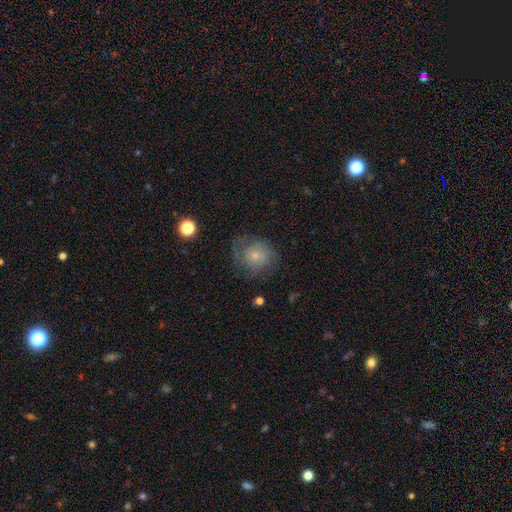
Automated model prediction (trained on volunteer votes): This is possibly a featured or disk galaxy (48%). Merging: possibly none (59%).